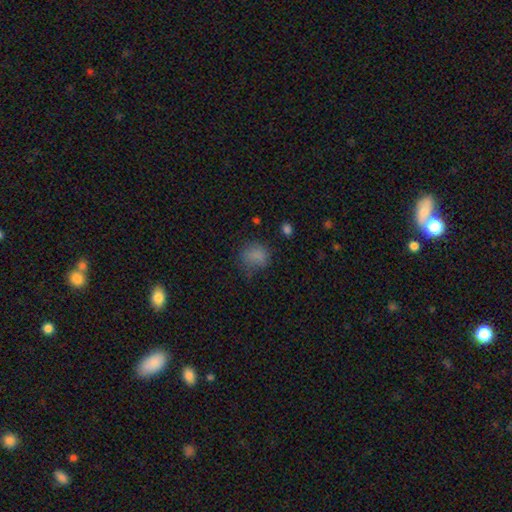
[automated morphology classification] Smooth or featured? smooth (79%)
How rounded? round (74%)
Merging? none (62%)